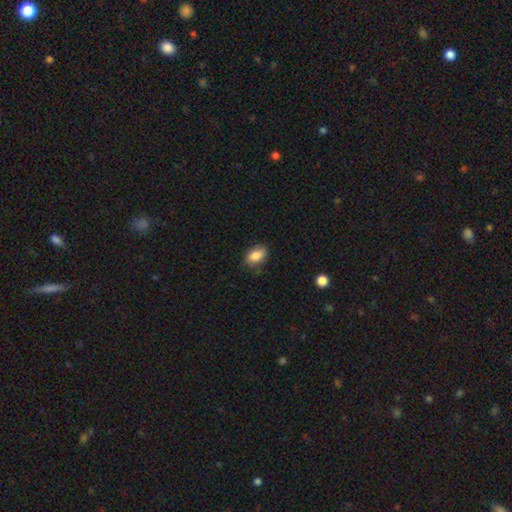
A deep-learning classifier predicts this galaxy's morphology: Overall: smooth (86%). How rounded: in between (88%). Merging: none (78%).